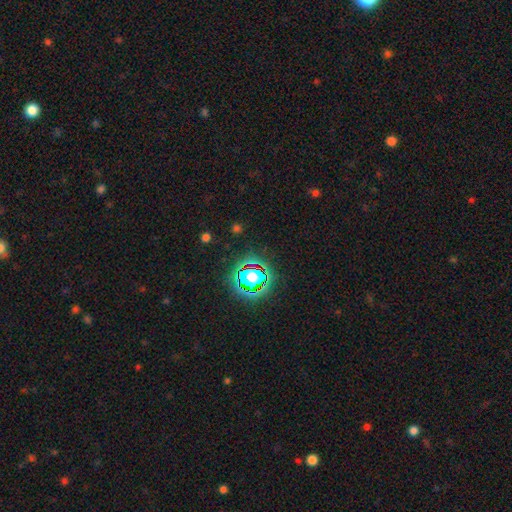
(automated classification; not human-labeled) Q: Smooth or featured?
A: star or artifact (81%); runner-up: smooth (12%)